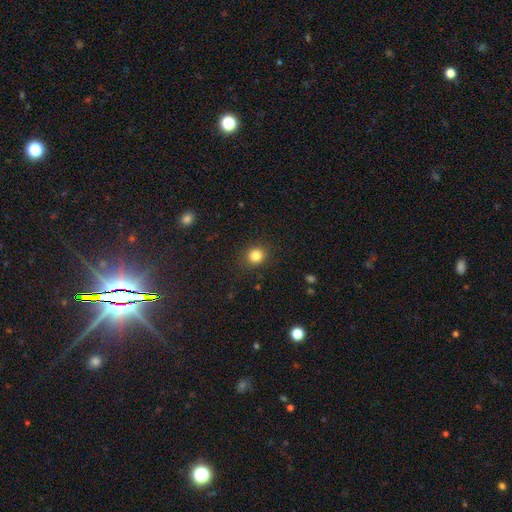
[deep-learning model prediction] This is clearly a smooth galaxy (84%). How rounded: clearly round (80%). Merging: clearly none (87%).